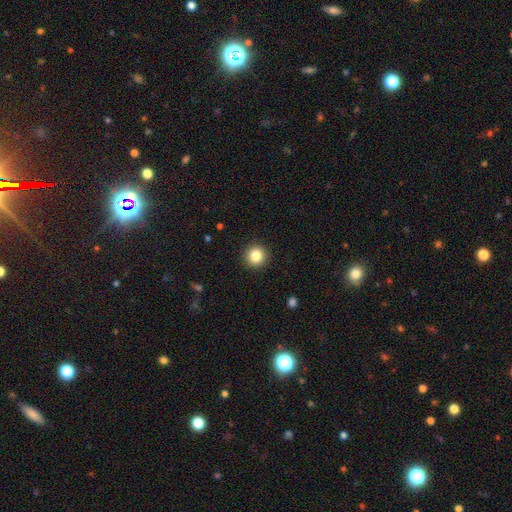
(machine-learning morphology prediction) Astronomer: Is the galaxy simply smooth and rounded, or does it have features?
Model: smooth — 84%.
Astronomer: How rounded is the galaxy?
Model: round — 95%.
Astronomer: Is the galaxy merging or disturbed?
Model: none — 93%.